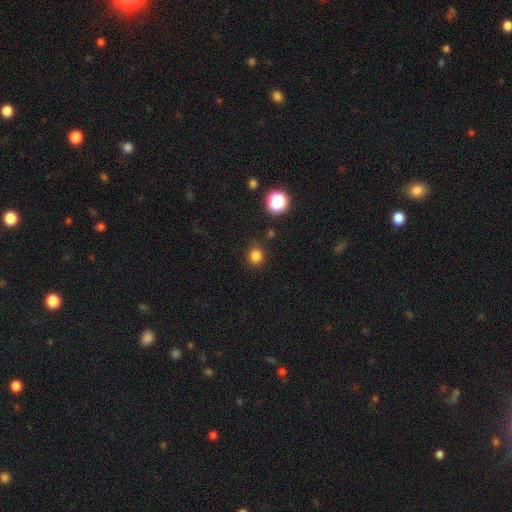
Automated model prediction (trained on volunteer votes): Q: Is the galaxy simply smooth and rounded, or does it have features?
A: smooth — 81%.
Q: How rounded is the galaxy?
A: round — 80%.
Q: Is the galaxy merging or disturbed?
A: none — 83%.